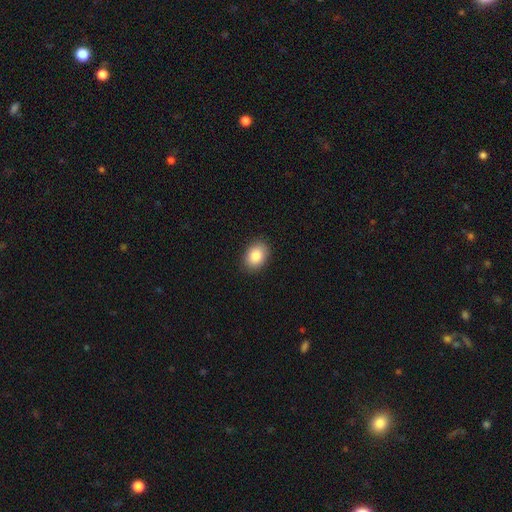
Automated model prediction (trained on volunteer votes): A smooth galaxy with no disk features (85%) that is in between round and cigar-shaped (73%). Merging: none (88%).